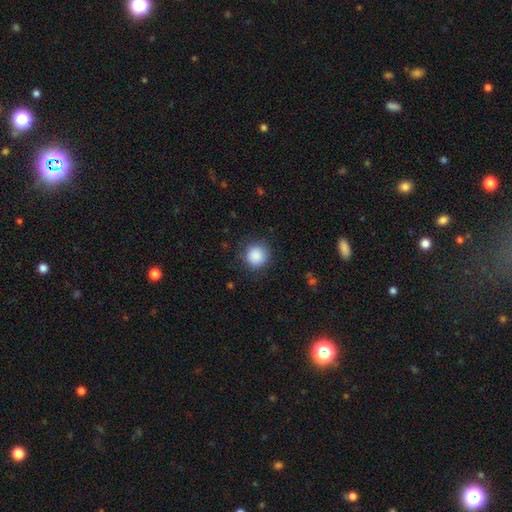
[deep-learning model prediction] Smooth or featured? Predicted: smooth (p=0.88). How rounded? Predicted: round (p=0.93). Merging? Predicted: none (p=0.85).